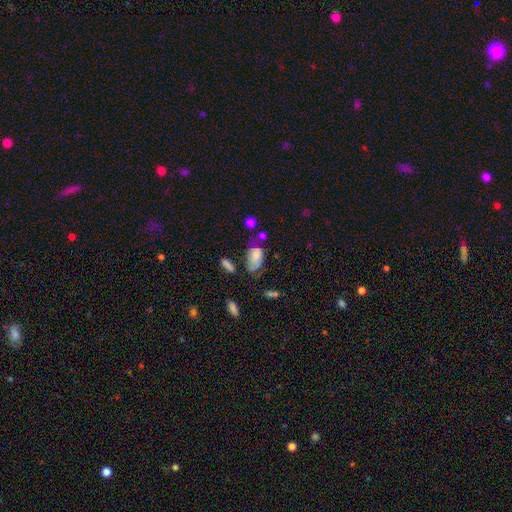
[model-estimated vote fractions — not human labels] Morphology: type=smooth (71%); roundness=in between (90%); merging=none (32%, tied with minor disturbance).